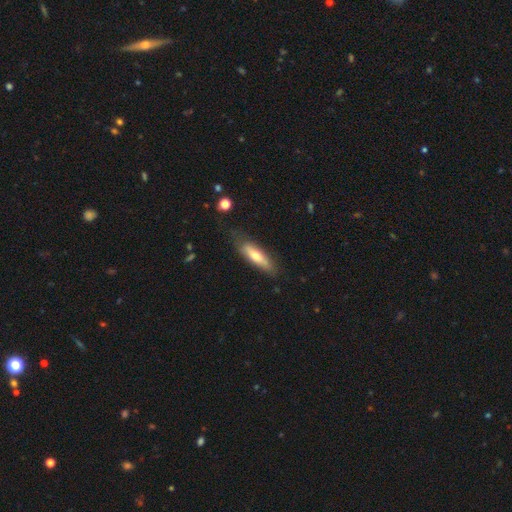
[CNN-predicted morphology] smooth 61%, featured or disk 33%, star or artifact 6%. Down the decision tree: how rounded — cigar-shaped (57%); merging — none (68%).